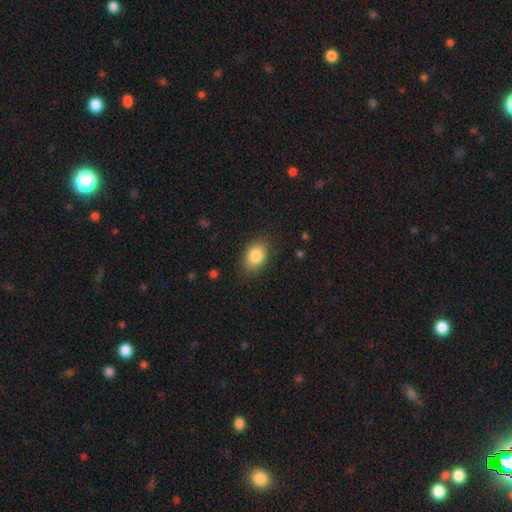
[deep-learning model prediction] The model was most divided on "how rounded": in between: 80%, round: 18%, cigar-shaped: 1%. More confident: smooth or featured — smooth (85%); merging — none (83%).